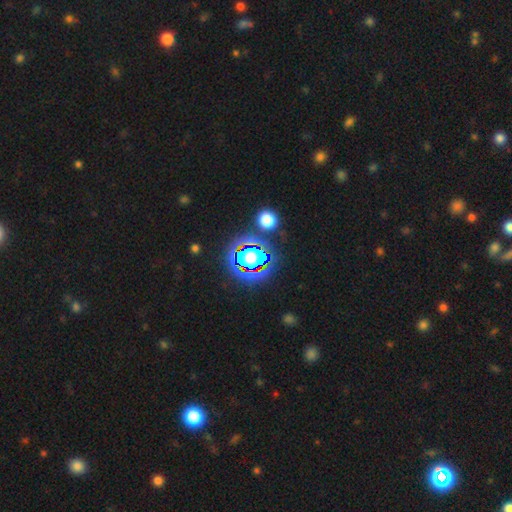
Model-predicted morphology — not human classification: A star or artifact, not a galaxy (67%).